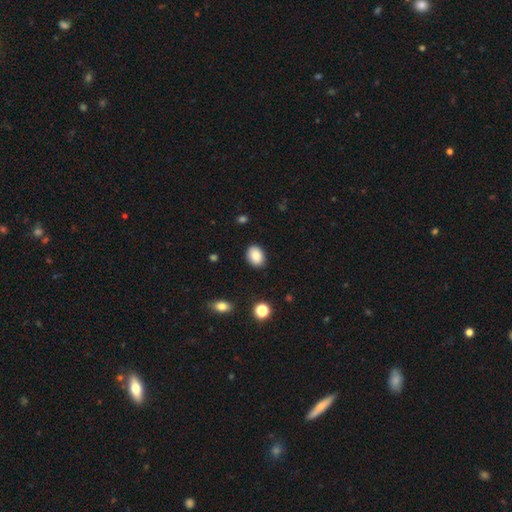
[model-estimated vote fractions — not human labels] This is clearly a smooth galaxy (87%). How rounded: likely in between (73%). Merging: clearly none (87%).